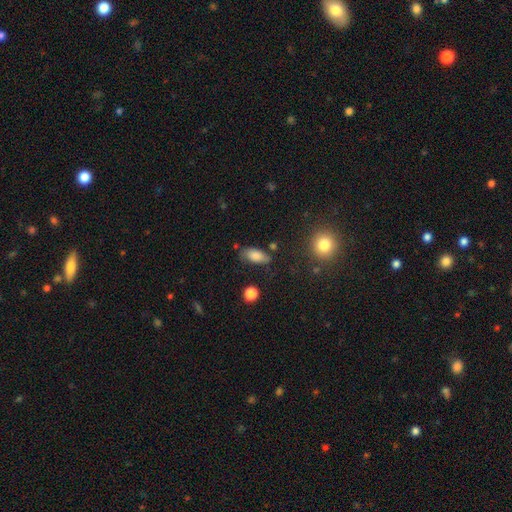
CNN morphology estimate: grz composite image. It shows a smooth galaxy with no disk features (82%) that is in between round and cigar-shaped (87%). Merging: none (67%).